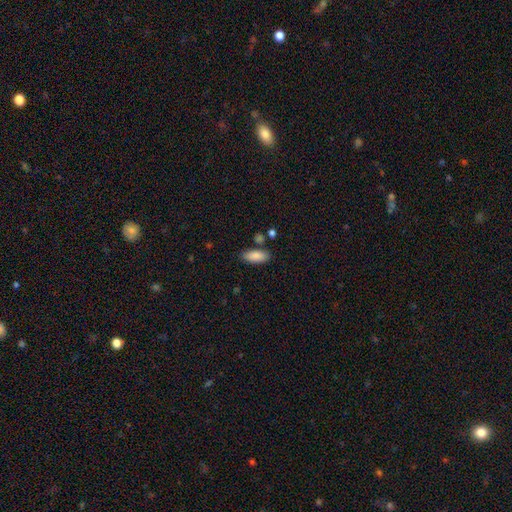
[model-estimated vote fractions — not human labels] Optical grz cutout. It shows a smooth galaxy with no disk features (87%) that is in between round and cigar-shaped (84%). Merging: none (79%).